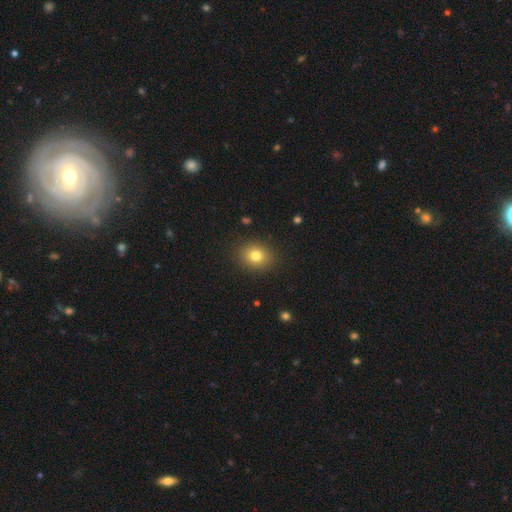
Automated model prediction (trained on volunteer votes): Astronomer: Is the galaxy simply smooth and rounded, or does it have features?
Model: smooth — 79%.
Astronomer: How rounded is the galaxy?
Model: round — 65%.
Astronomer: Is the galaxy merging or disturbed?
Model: none — 89%.